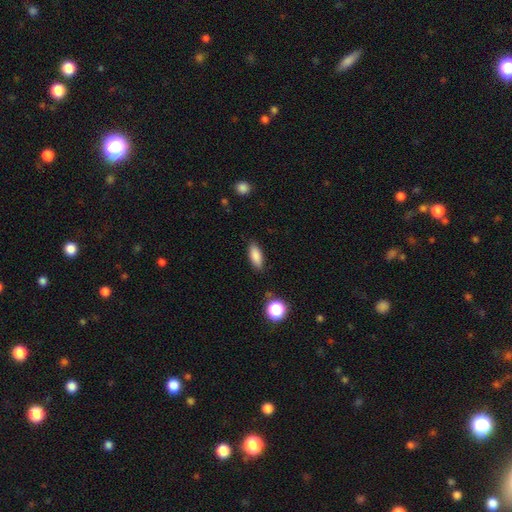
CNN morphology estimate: Smooth or featured? Predicted: smooth (p=0.85). How rounded? Predicted: in between (p=0.74). Merging? Predicted: none (p=0.86).